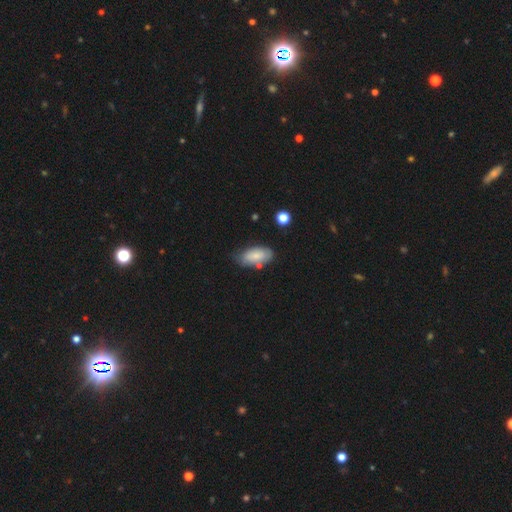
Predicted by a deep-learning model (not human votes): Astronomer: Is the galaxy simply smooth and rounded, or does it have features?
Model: smooth — 74%.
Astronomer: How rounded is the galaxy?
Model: in between — 91%.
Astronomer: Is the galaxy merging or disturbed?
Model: none — 64%.